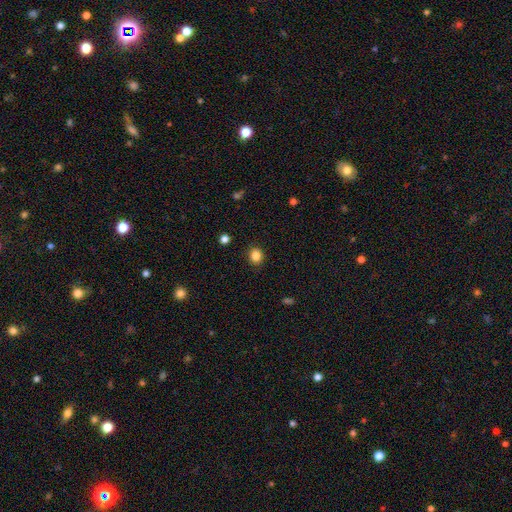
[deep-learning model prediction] smooth-or-featured: smooth: 86% | star or artifact: 11% | featured or disk: 4%
  how-rounded: round: 74% | in between: 26% | cigar-shaped: 1%
  merging: none: 90% | minor disturbance: 7% | major disturbance: 2% | merger: 1%